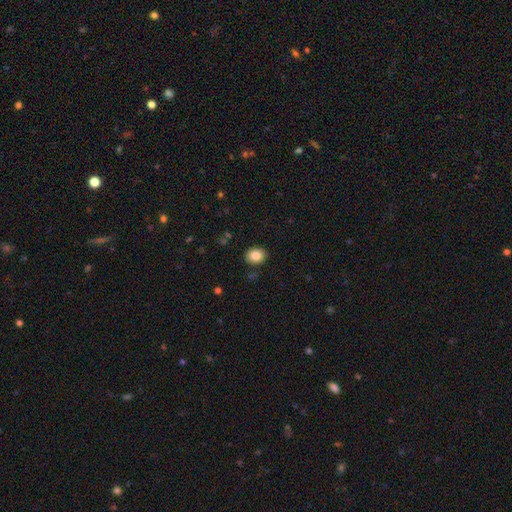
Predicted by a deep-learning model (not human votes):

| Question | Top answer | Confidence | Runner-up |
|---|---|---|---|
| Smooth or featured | smooth | 84% | star or artifact (9%) |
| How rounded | round | 53% | in between (46%) |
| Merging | none | 88% | minor disturbance (8%) |